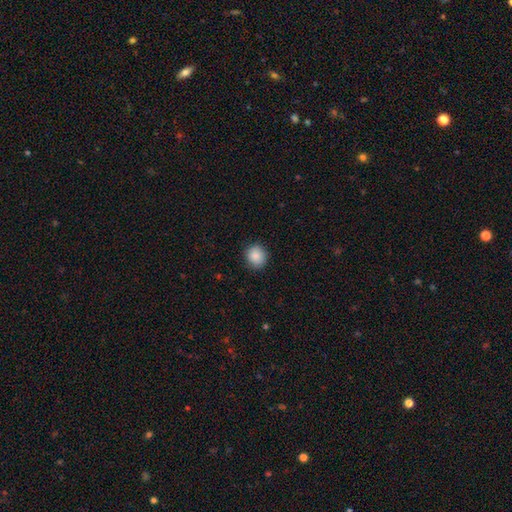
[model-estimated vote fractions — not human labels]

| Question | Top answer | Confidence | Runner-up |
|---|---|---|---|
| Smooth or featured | smooth | 88% | star or artifact (8%) |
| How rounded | round | 84% | in between (15%) |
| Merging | none | 88% | minor disturbance (9%) |